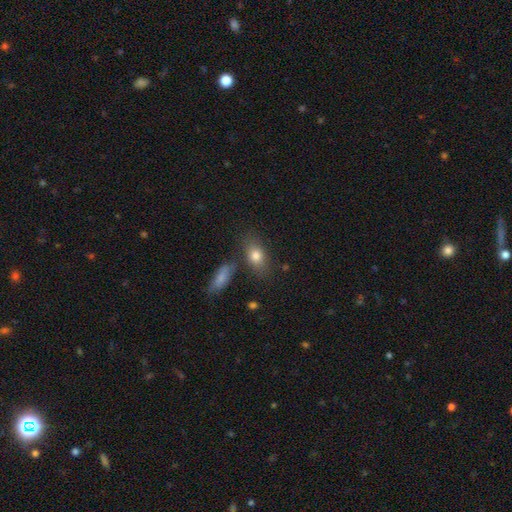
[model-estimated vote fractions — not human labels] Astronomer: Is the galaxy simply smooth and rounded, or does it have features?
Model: smooth — 79%.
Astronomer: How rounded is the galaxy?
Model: in between — 78%.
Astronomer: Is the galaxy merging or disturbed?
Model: none — 70%.